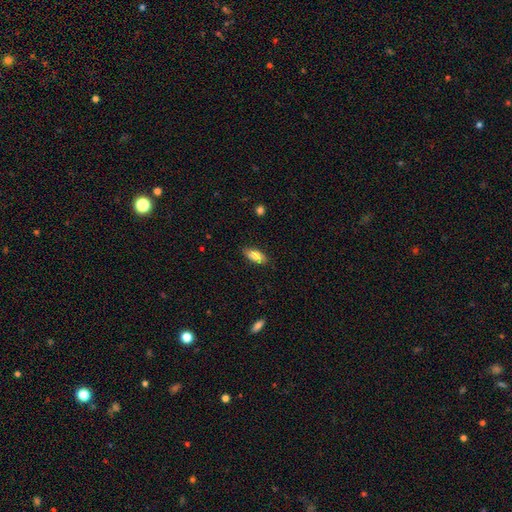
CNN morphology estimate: smooth 79%, featured or disk 14%, star or artifact 7%. Down the decision tree: how rounded — in between (84%); merging — none (85%).